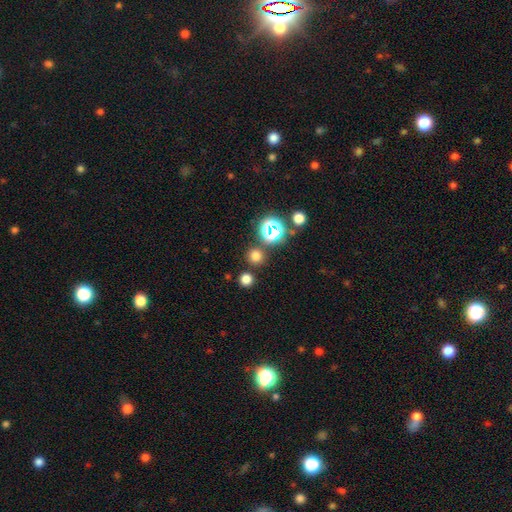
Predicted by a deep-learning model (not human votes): Q: Smooth or featured?
A: smooth (70%); runner-up: star or artifact (25%)
Q: How rounded?
A: round (93%); runner-up: in between (6%)
Q: Merging?
A: none (83%); runner-up: merger (7%)